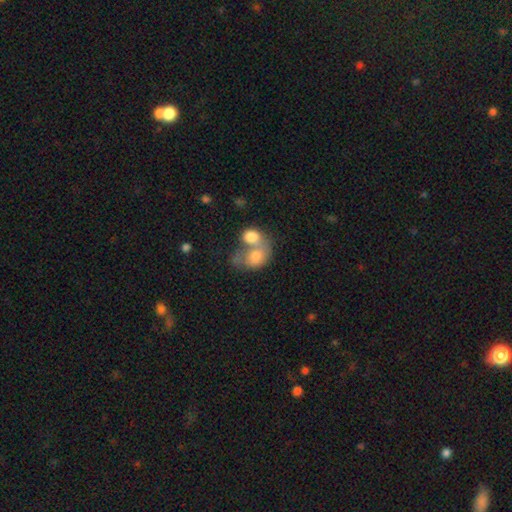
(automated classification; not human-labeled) A smooth galaxy with no disk features (71%) that is in between round and cigar-shaped (52%).

Vote fractions:
- Smooth or featured? smooth: 71% / featured or disk: 21% / star or artifact: 8%
- How rounded? in between: 52% / round: 46% / cigar-shaped: 1%
- Merging? merger: 74% / none: 13% / major disturbance: 7% / minor disturbance: 6%